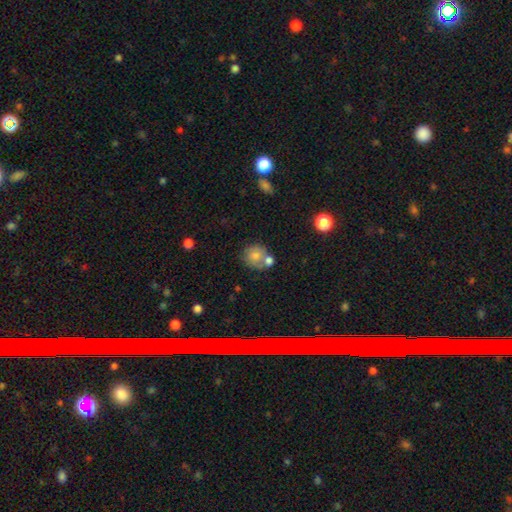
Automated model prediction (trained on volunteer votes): This appears to be a smooth galaxy with no disk features (75%) that is round (83%). Merging: none (49%).